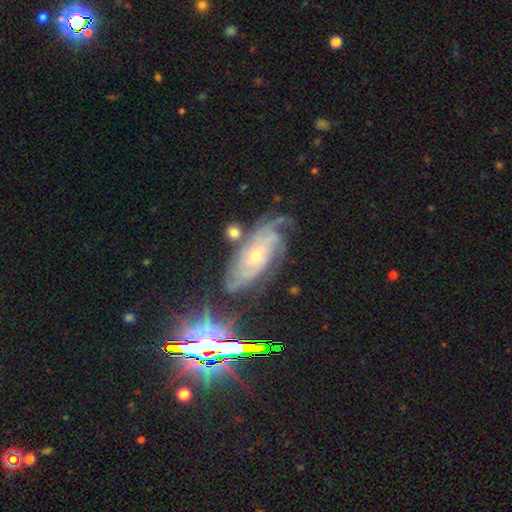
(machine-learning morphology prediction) A featured or disk galaxy (76%) with no bar (76%), tight (66%) spiral arms (93%) and a small central bulge (67%).

Vote fractions:
- Smooth or featured? featured or disk: 76% / star or artifact: 13% / smooth: 10%
- Edge-on disk? no: 91% / yes: 9%
- Bar? no: 76% / weak: 18% / strong: 6%
- Spiral arms? yes: 93% / no: 7%
- Spiral winding? tight: 66% / medium: 26% / loose: 8%
- Spiral arm count? can't tell: 40% / 4: 18% / 3: 18% / 2: 12% / more than 4: 8% / 1: 5%
- Bulge size? small: 67% / moderate: 30% / large: 1% / none: 1% / dominant: 1%
- Merging? none: 64% / minor disturbance: 22% / major disturbance: 10% / merger: 5%